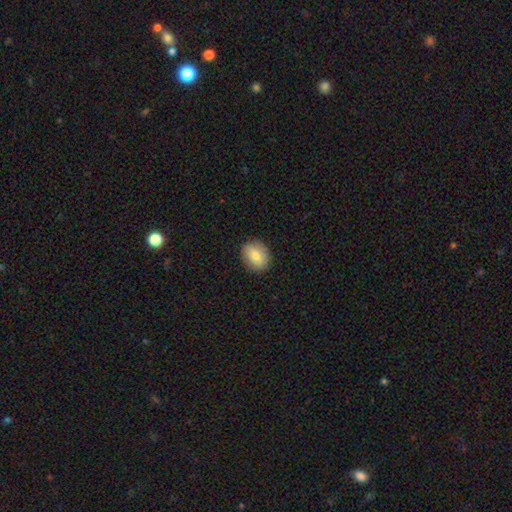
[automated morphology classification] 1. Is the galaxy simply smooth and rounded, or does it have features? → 79% smooth, 14% featured or disk, 8% star or artifact.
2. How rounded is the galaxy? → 54% in between, 45% round, 1% cigar-shaped.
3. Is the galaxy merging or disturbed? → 87% none, 10% minor disturbance, 2% major disturbance, 1% merger.